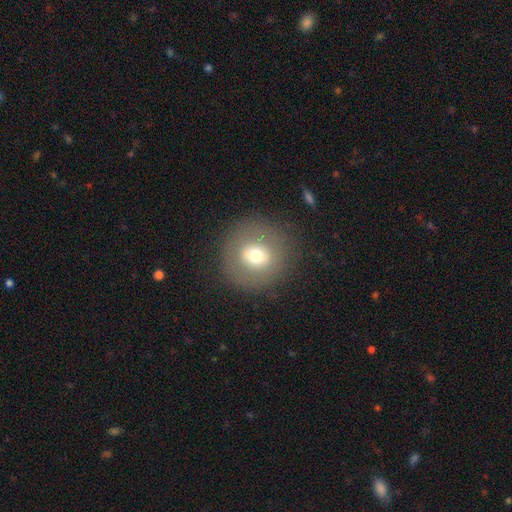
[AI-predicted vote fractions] A smooth galaxy with no disk features (65%) that is round (93%). Merging: none (86%).